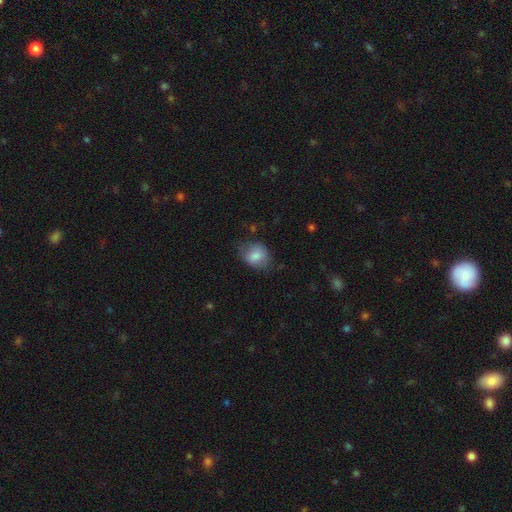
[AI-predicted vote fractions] This appears to be a smooth galaxy with no disk features (79%) that is in between round and cigar-shaped (55%). Merging: none (62%).